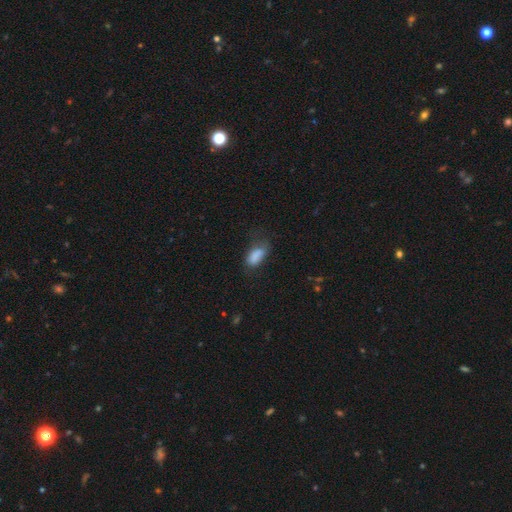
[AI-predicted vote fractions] This is clearly a smooth galaxy (81%). How rounded: clearly in between (87%). Merging: marginally none (43%).